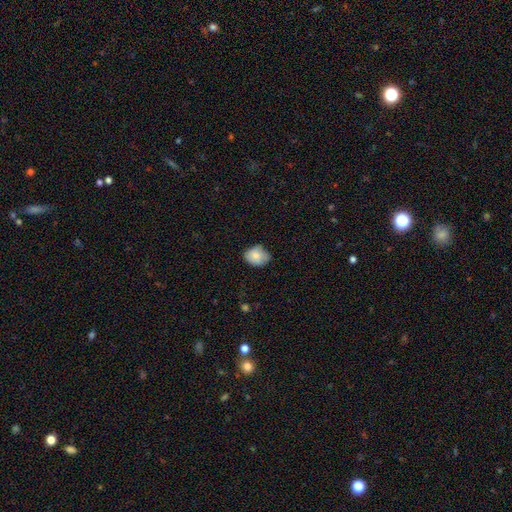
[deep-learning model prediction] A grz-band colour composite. It shows a smooth galaxy with no disk features (80%) that is in between round and cigar-shaped (54%). Merging: none (62%).